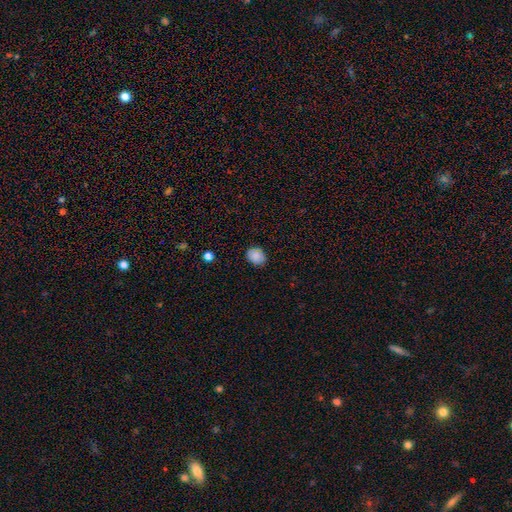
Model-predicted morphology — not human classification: Overall: smooth (85%). How rounded: round (51%; in between 48%). Merging: none (83%).